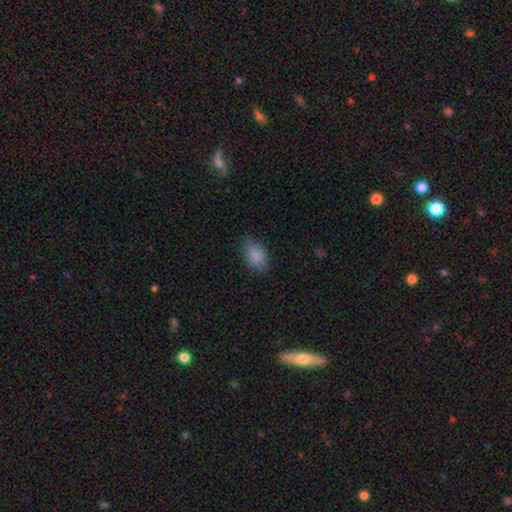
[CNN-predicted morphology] type=smooth (86%); roundness=in between (87%); merging=none (72%).